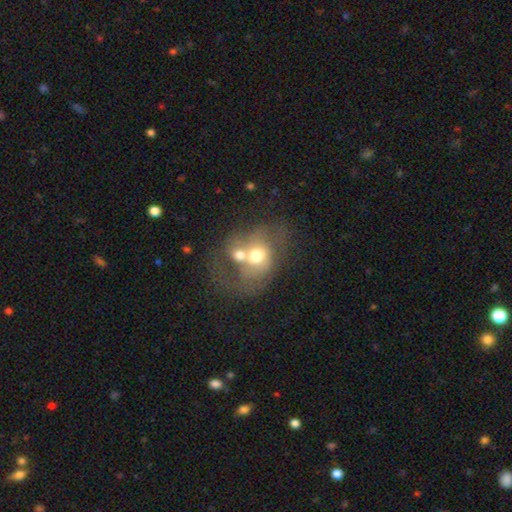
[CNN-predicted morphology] Smooth or featured?
  - featured or disk: 46% *
  - smooth: 43%
  - star or artifact: 10%
Merging?
  - merger: 66% *
  - none: 13%
  - major disturbance: 13%
  - minor disturbance: 8%